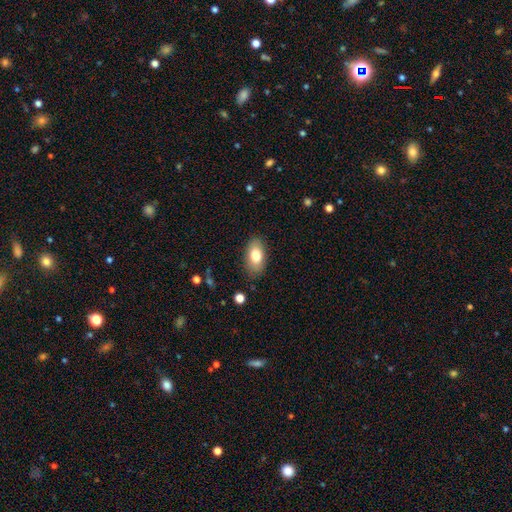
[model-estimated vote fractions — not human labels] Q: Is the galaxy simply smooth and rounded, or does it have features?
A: smooth — 79%.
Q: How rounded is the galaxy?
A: in between — 91%.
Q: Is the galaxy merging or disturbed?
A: none — 84%.